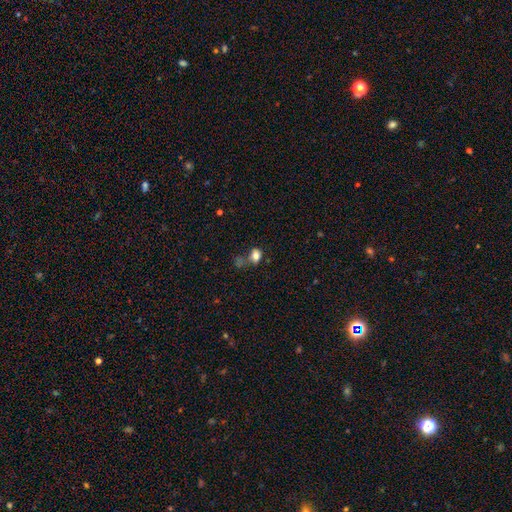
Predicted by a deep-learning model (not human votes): Q: Smooth or featured?
A: smooth (78%); runner-up: star or artifact (13%)
Q: How rounded?
A: in between (74%); runner-up: round (24%)
Q: Merging?
A: none (47%); runner-up: merger (21%)